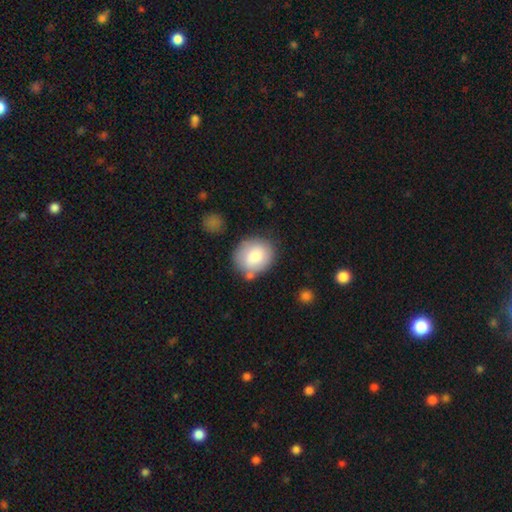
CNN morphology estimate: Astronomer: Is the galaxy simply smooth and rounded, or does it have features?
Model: smooth — 83%.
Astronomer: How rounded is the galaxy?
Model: round — 66%.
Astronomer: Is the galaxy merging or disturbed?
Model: none — 69%.